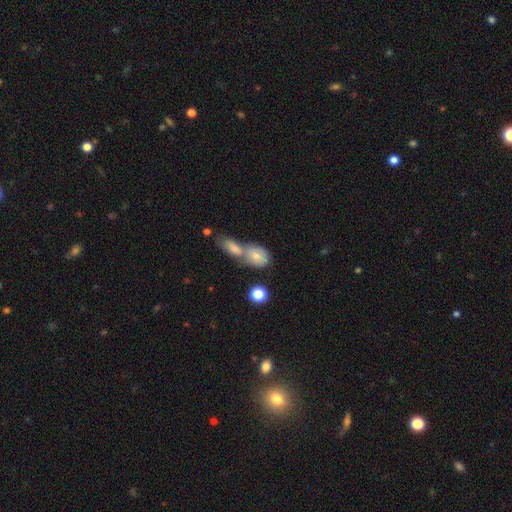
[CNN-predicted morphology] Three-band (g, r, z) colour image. It shows a smooth galaxy with no disk features (73%) that is in between round and cigar-shaped (67%). Merging: merger (59%).